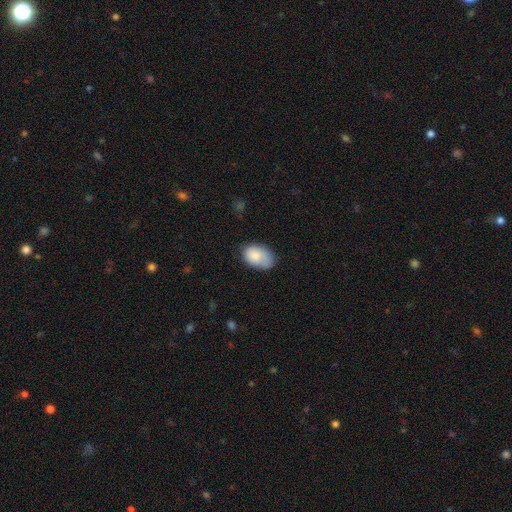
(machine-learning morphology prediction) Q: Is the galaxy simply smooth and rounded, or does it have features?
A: smooth — 82%.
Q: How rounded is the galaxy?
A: in between — 91%.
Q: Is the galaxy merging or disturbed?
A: none — 60%.